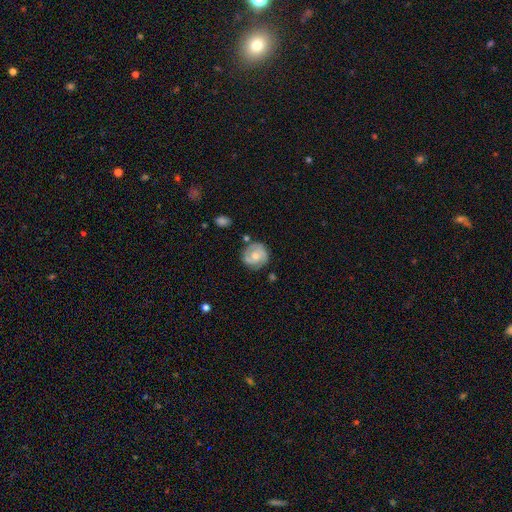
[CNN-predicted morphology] type=featured or disk (62%); edge-on=no (98%); bar=no (69%); spiral arms=yes (85%); winding=tight (56%); arm count=2 (60%); bulge=moderate (58%); merging=none (72%).